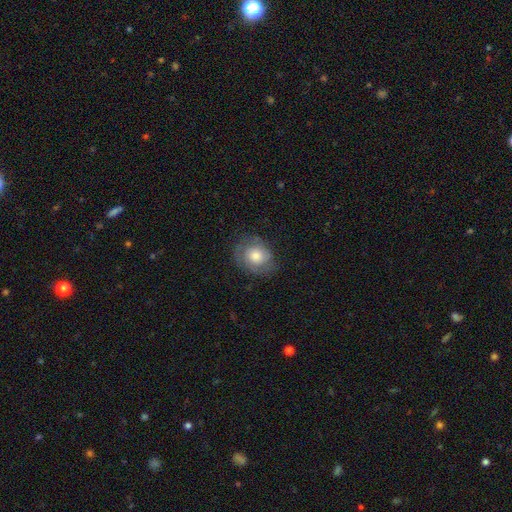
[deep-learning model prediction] smooth 48%, featured or disk 44%, star or artifact 8%. Down the decision tree: merging — none (71%).